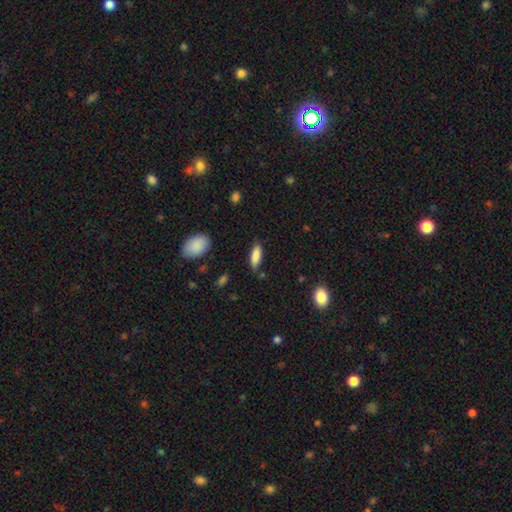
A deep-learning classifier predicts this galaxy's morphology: Smooth or featured? Predicted: smooth (p=0.85). How rounded? Predicted: in between (p=0.62). Merging? Predicted: none (p=0.79).